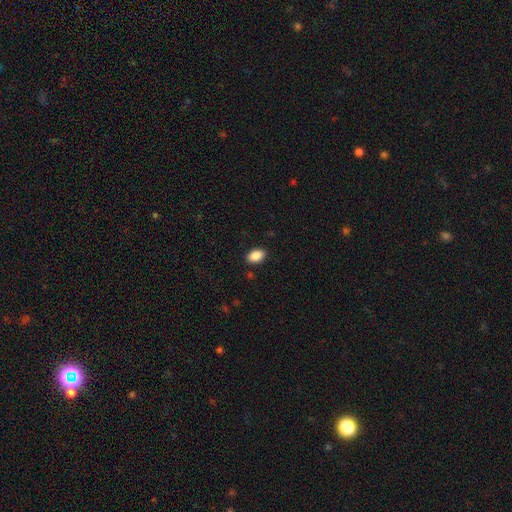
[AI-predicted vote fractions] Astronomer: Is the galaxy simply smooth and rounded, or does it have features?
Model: smooth — 89%.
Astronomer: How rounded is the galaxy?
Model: in between — 90%.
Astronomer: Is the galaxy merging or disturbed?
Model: none — 88%.